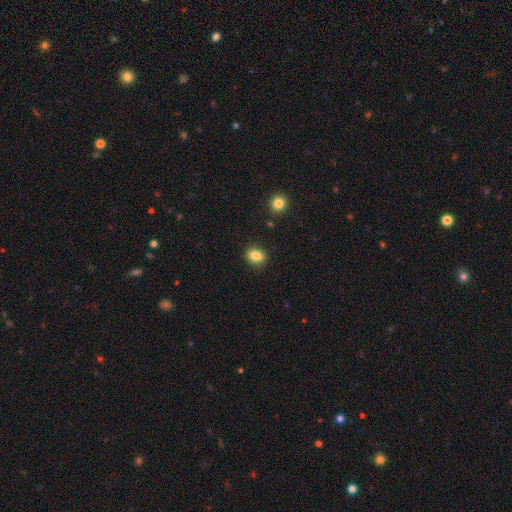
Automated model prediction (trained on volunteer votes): Smooth or featured? smooth (85%)
How rounded? in between (65%)
Merging? none (88%)